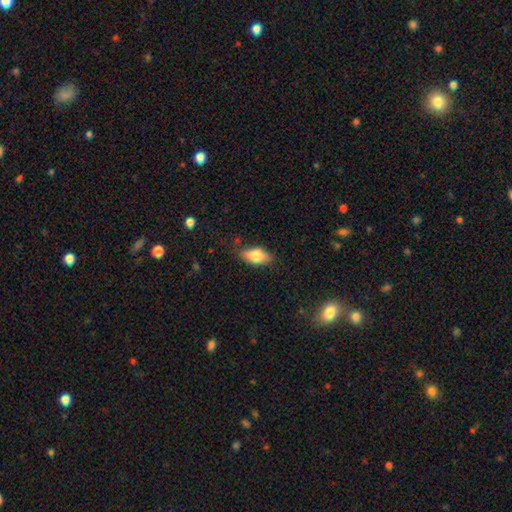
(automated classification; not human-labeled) Smooth or featured: smooth — 79% (featured or disk — 14%)
How rounded: in between — 89% (cigar-shaped — 7%)
Merging: none — 74% (minor disturbance — 20%)